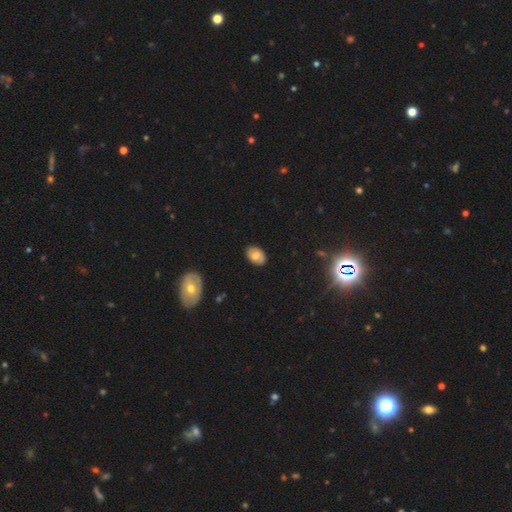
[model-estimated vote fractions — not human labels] The model was most divided on "smooth or featured": smooth: 64%, featured or disk: 28%, star or artifact: 8%. More confident: merging — none (86%); how rounded — in between (81%).